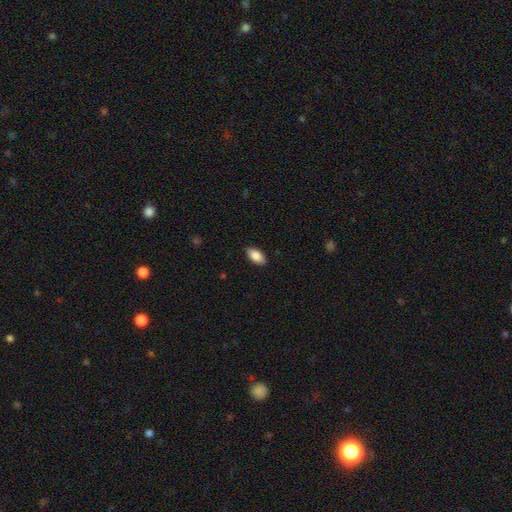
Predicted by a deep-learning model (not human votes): smooth-or-featured: smooth: 87% | featured or disk: 7% | star or artifact: 7%
  how-rounded: in between: 93% | cigar-shaped: 4% | round: 3%
  merging: none: 88% | minor disturbance: 9% | major disturbance: 2% | merger: 1%